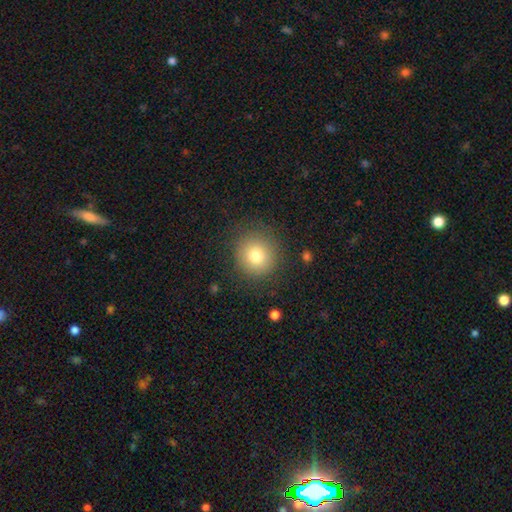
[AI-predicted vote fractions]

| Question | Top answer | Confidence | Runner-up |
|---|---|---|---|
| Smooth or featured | smooth | 79% | star or artifact (11%) |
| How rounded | round | 93% | in between (6%) |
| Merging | none | 86% | minor disturbance (9%) |